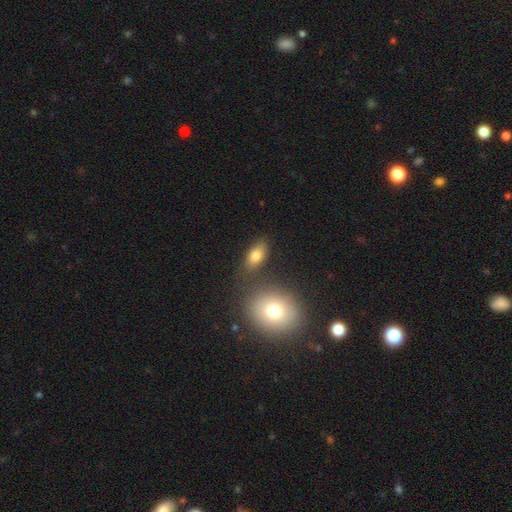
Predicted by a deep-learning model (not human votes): A smooth galaxy with no disk features (78%) that is in between round and cigar-shaped (85%). Merging: none (72%).